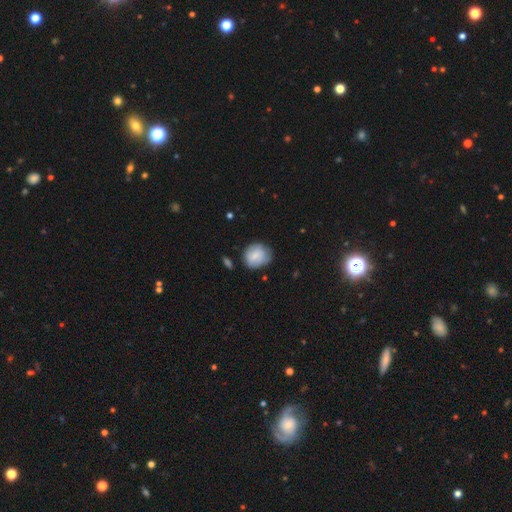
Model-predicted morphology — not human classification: smooth 70%, featured or disk 23%, star or artifact 7%. Down the decision tree: how rounded — round (69%); merging — none (66%).